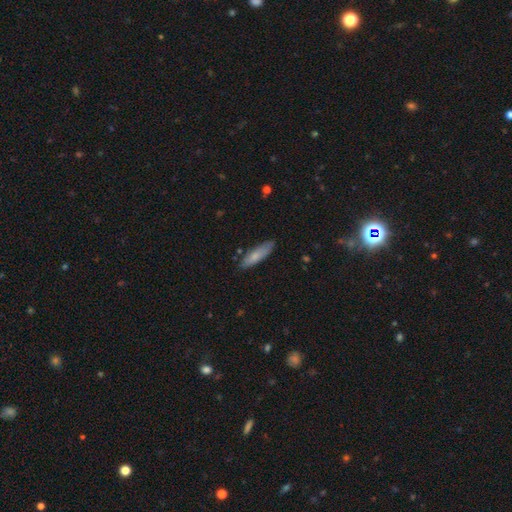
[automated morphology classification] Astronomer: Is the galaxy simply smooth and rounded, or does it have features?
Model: smooth — 74%.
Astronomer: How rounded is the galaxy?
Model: cigar-shaped — 64%.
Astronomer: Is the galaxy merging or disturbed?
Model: none — 81%.